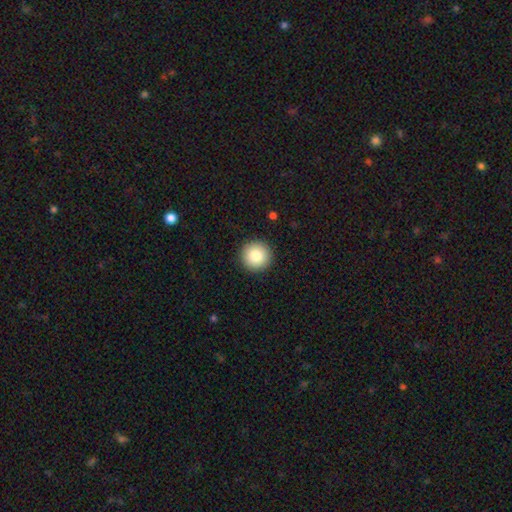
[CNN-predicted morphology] smooth_or_featured: smooth (p=0.82) [alt: star or artifact p=0.09]
how_rounded: round (p=0.96) [alt: in between p=0.03]
merging: none (p=0.93) [alt: minor disturbance p=0.05]